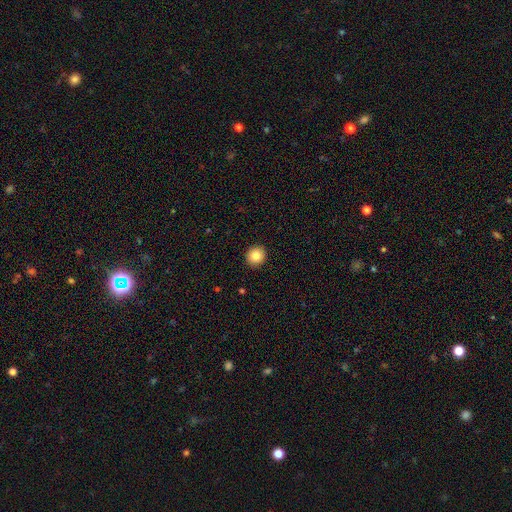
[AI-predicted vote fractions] A smooth galaxy with no disk features (84%) that is round (89%).

Vote fractions:
- Smooth or featured? smooth: 84% / star or artifact: 9% / featured or disk: 7%
- How rounded? round: 89% / in between: 10% / cigar-shaped: 1%
- Merging? none: 93% / minor disturbance: 5% / major disturbance: 2% / merger: 1%